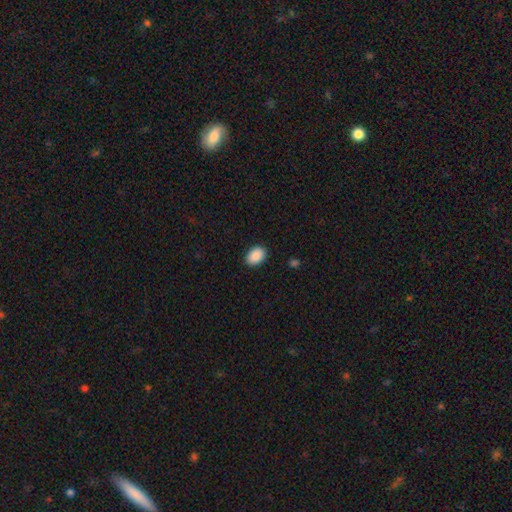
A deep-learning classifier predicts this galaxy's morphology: smooth_or_featured: smooth (p=0.90) [alt: star or artifact p=0.07]
how_rounded: in between (p=0.83) [alt: round p=0.16]
merging: none (p=0.89) [alt: minor disturbance p=0.08]